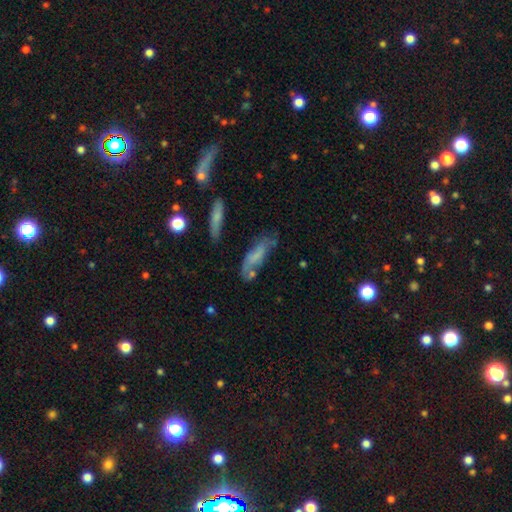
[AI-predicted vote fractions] Smooth or featured? smooth (54%)
How rounded? in between (52%)
Merging? none (47%)